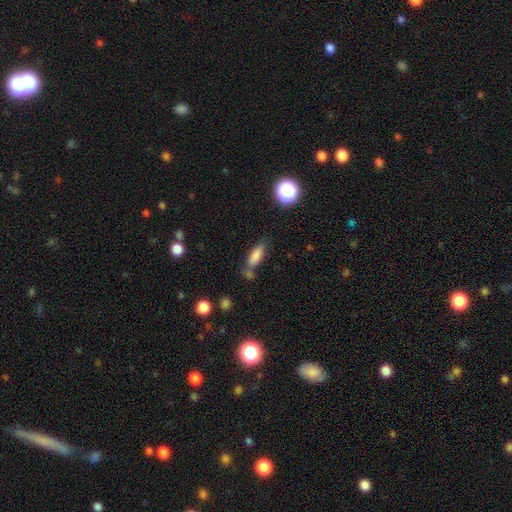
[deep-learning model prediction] Smooth or featured? smooth (80%)
How rounded? in between (66%)
Merging? none (59%)